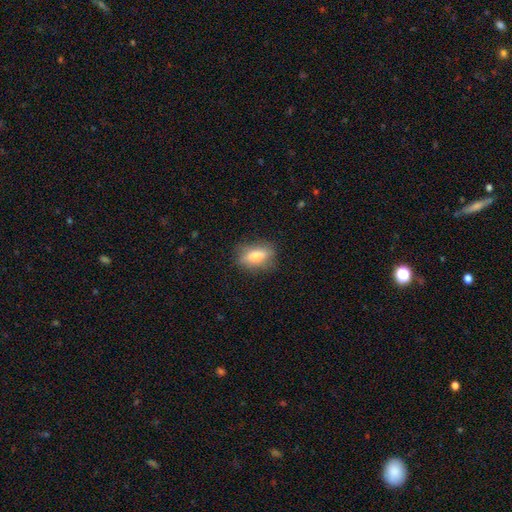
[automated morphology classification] Smooth or featured? Predicted: smooth (p=0.63). How rounded? Predicted: in between (p=0.71). Merging? Predicted: none (p=0.80).